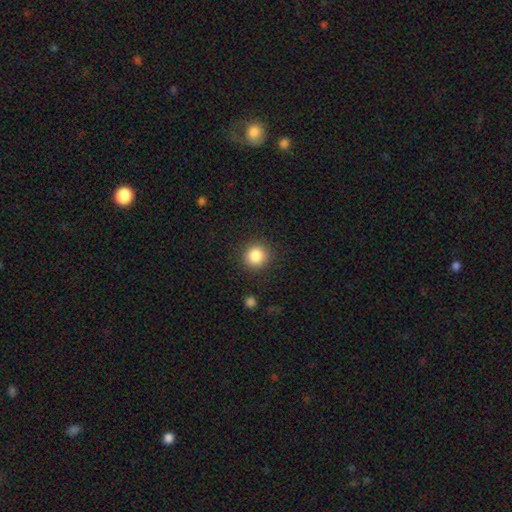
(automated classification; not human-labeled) Smooth or featured?
  - smooth: 85% *
  - star or artifact: 10%
  - featured or disk: 5%
How rounded?
  - round: 92% *
  - in between: 7%
  - cigar-shaped: 1%
Merging?
  - none: 89% *
  - minor disturbance: 7%
  - major disturbance: 3%
  - merger: 1%